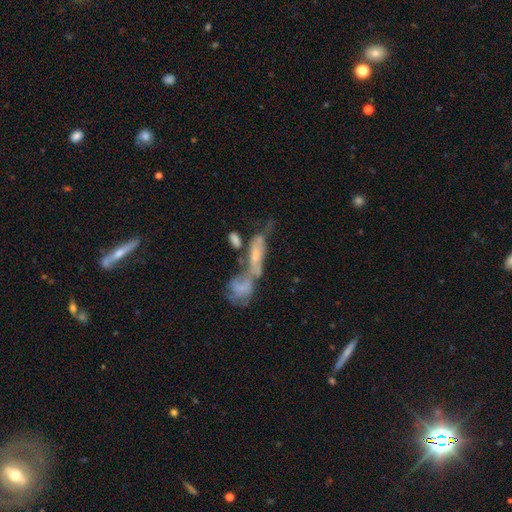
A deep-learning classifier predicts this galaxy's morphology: The model was most divided on "smooth or featured": featured or disk: 56%, smooth: 31%, star or artifact: 13%. More confident: edge-on disk — no (76%); merging — merger (59%).